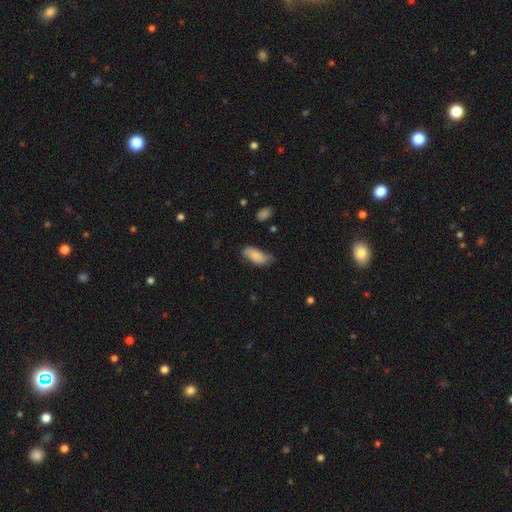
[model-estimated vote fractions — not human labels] The model was most divided on "merging": none: 57%, minor disturbance: 33%, major disturbance: 8%, merger: 3%. More confident: how rounded — in between (87%); smooth or featured — smooth (82%).